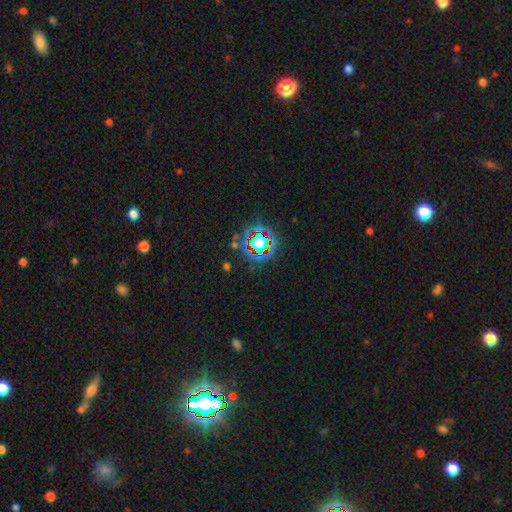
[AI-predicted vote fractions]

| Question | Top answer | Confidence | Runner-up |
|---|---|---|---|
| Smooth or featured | star or artifact | 80% | smooth (12%) |